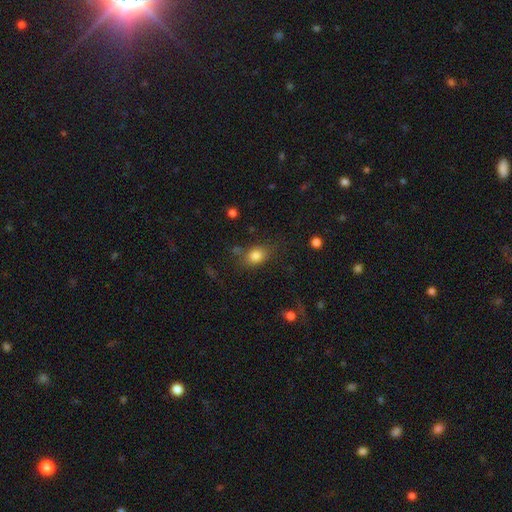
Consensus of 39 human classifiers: smooth 90%, featured or disk 5%, star or artifact 5%. Down the decision tree: how rounded — in between (69%); merging — none (84%).